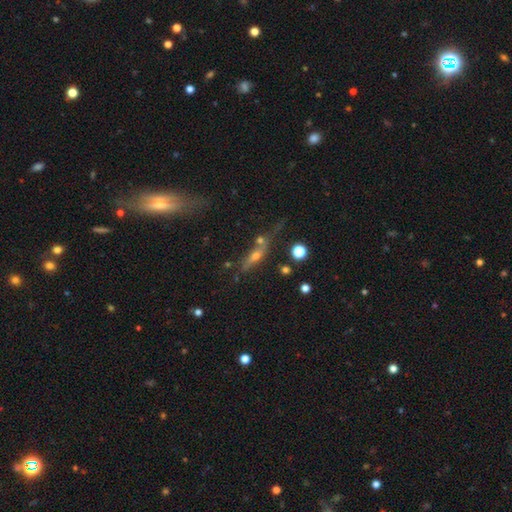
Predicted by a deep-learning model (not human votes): Smooth or featured?
  - featured or disk: 52% *
  - smooth: 34%
  - star or artifact: 14%
Edge-on disk?
  - yes: 76% *
  - no: 24%
Merging?
  - none: 51% *
  - merger: 21%
  - minor disturbance: 18%
  - major disturbance: 11%